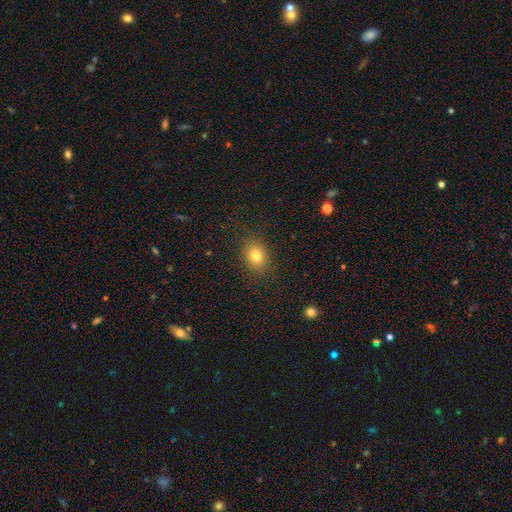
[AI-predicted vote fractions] The model was most divided on "how rounded": round: 55%, in between: 44%, cigar-shaped: 1%. More confident: merging — none (87%); smooth or featured — smooth (80%).